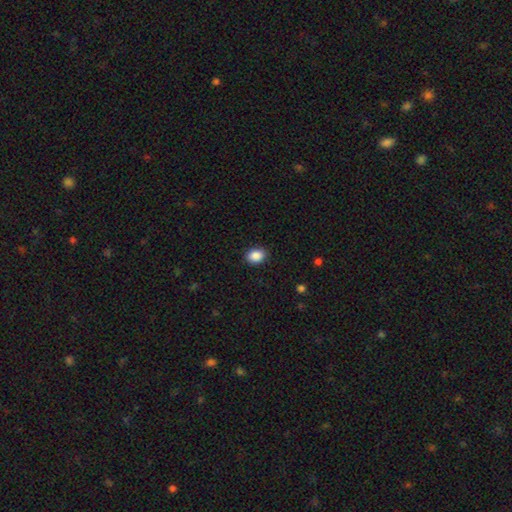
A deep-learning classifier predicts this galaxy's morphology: Smooth or featured?
  - smooth: 89% *
  - star or artifact: 8%
  - featured or disk: 3%
How rounded?
  - in between: 63% *
  - round: 36%
  - cigar-shaped: 1%
Merging?
  - none: 89% *
  - minor disturbance: 8%
  - major disturbance: 2%
  - merger: 1%